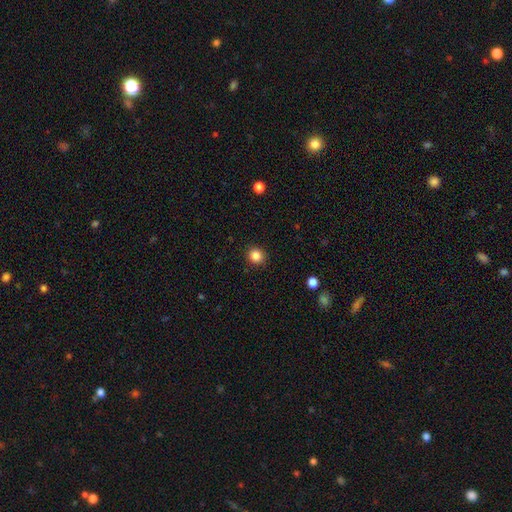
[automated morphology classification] This appears to be a smooth galaxy with no disk features (86%) that is round (87%). Merging: none (91%).